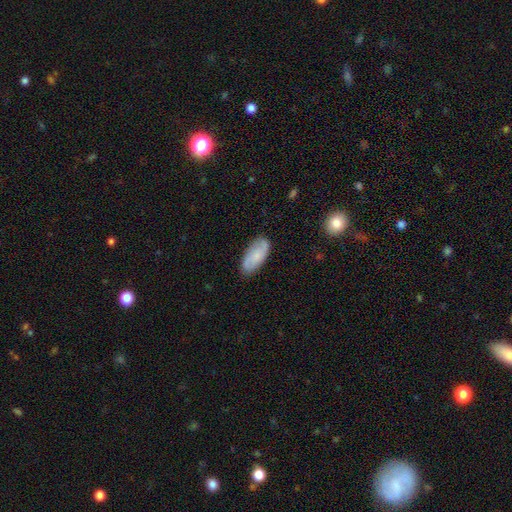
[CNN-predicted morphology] smooth_or_featured: smooth (p=0.60) [alt: featured or disk p=0.33]
how_rounded: in between (p=0.89) [alt: cigar-shaped p=0.09]
merging: none (p=0.82) [alt: minor disturbance p=0.14]